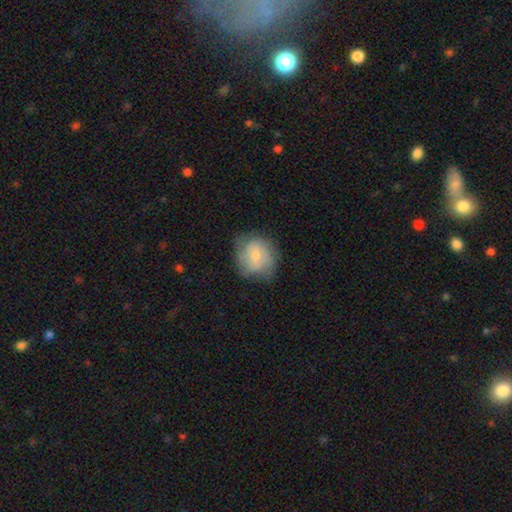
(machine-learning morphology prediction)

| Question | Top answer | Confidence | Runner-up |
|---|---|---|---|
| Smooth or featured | smooth | 48% | featured or disk (45%) |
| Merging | none | 61% | minor disturbance (27%) |